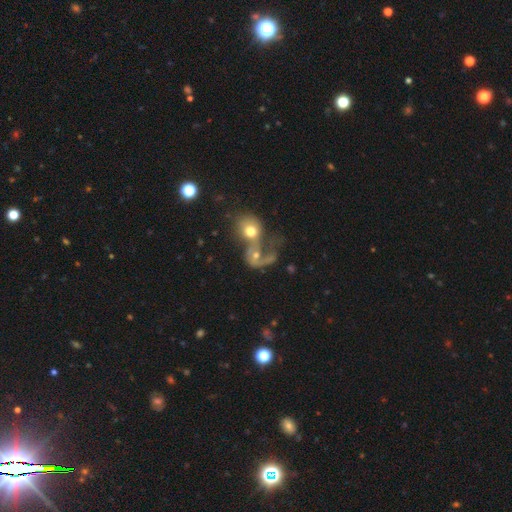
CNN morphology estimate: type=featured or disk (44%); merging=merger (70%).